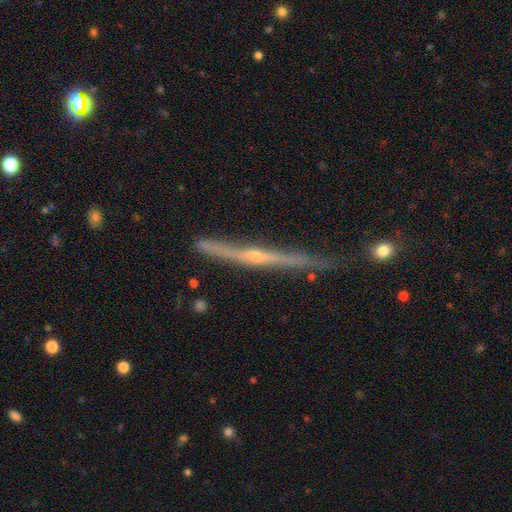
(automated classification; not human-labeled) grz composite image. It shows a featured or disk galaxy (80%) viewed edge-on (97%) with a rounded central bulge (70%). Merging: none (71%).